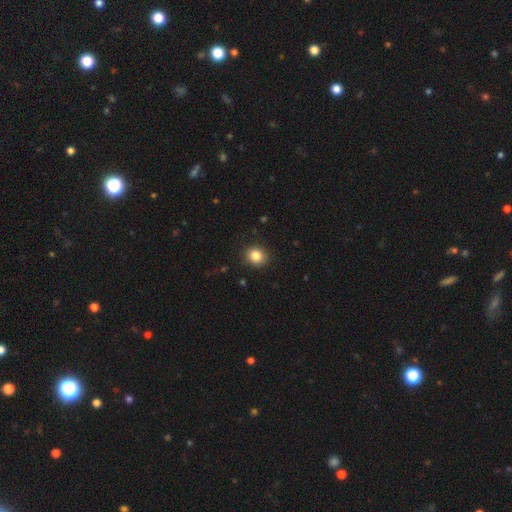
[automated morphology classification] smooth_or_featured: smooth (p=0.85) [alt: star or artifact p=0.10]
how_rounded: round (p=0.75) [alt: in between p=0.24]
merging: none (p=0.90) [alt: minor disturbance p=0.07]